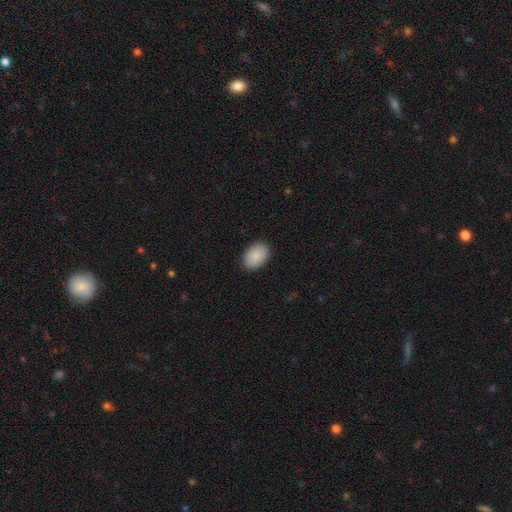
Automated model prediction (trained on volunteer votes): A smooth galaxy with no disk features (90%) that is in between round and cigar-shaped (88%). Merging: none (89%).